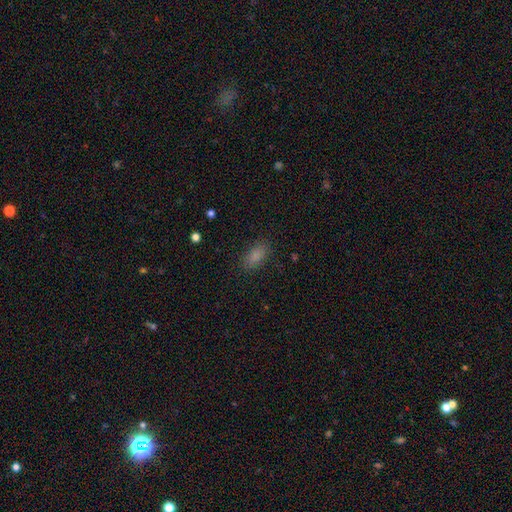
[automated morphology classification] This is clearly a smooth galaxy (85%). How rounded: clearly in between (87%). Merging: clearly none (86%).